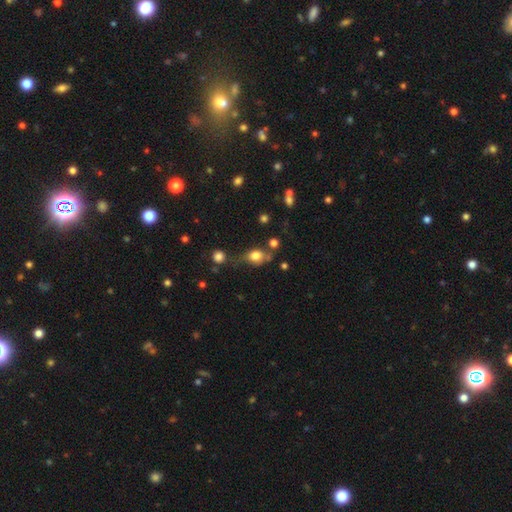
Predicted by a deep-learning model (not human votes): The model was most divided on "how rounded": in between: 50%, round: 48%, cigar-shaped: 2%. Remaining: smooth or featured — smooth (76%); merging — none (49%).